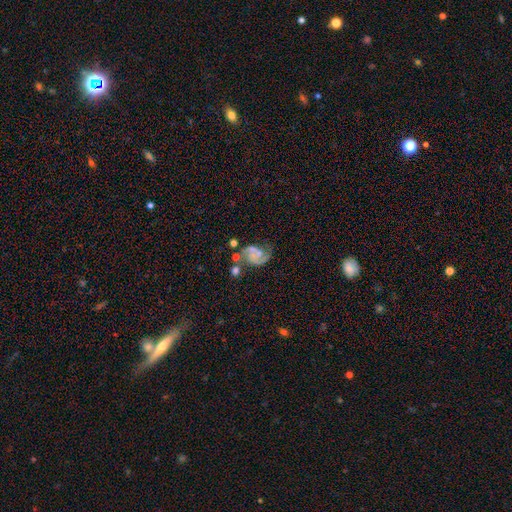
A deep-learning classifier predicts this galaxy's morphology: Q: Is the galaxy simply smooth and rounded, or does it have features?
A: featured or disk — 81%.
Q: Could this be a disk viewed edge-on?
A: no — 98%.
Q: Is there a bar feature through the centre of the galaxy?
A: no — 62%.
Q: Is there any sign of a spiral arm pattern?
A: yes — 95%.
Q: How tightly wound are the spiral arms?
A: medium — 51%.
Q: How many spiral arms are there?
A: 2 — 88%.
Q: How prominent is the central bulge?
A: small — 47%.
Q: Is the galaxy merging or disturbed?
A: none — 47%.